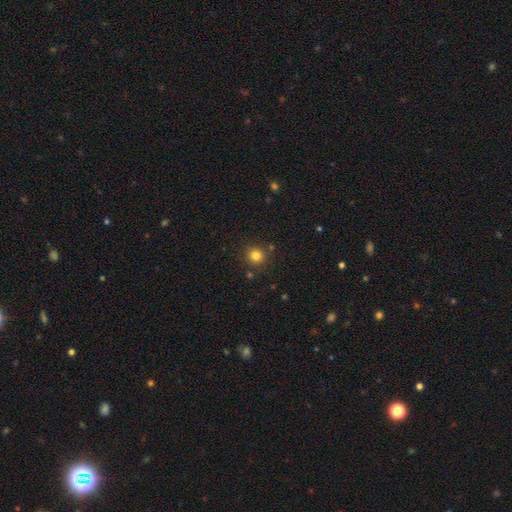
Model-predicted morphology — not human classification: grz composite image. It shows a smooth galaxy with no disk features (81%) that is round (92%). Merging: none (85%).